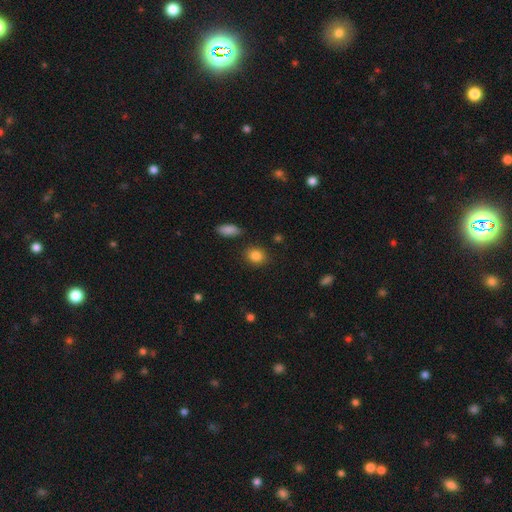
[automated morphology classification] smooth_or_featured: smooth (p=0.85) [alt: star or artifact p=0.10]
how_rounded: round (p=0.60) [alt: in between p=0.38]
merging: none (p=0.85) [alt: minor disturbance p=0.09]